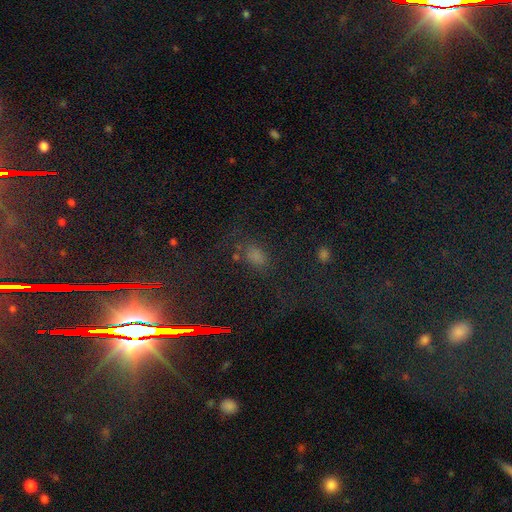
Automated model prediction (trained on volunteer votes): The model was most divided on "smooth or featured": smooth: 59%, star or artifact: 30%, featured or disk: 10%. More confident: how rounded — in between (80%); merging — none (63%).